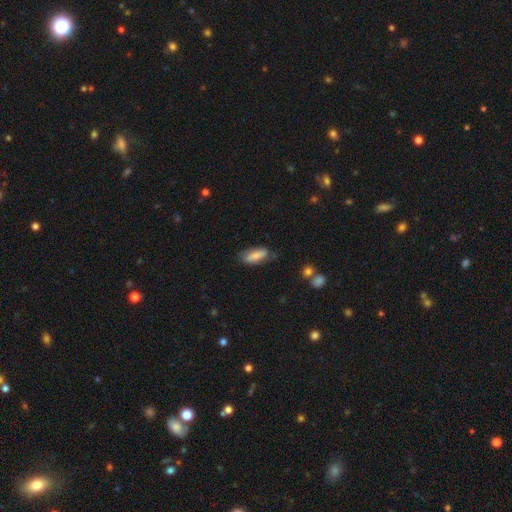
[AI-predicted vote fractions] smooth 74%, featured or disk 20%, star or artifact 7%. Down the decision tree: how rounded — in between (73%); merging — none (68%).